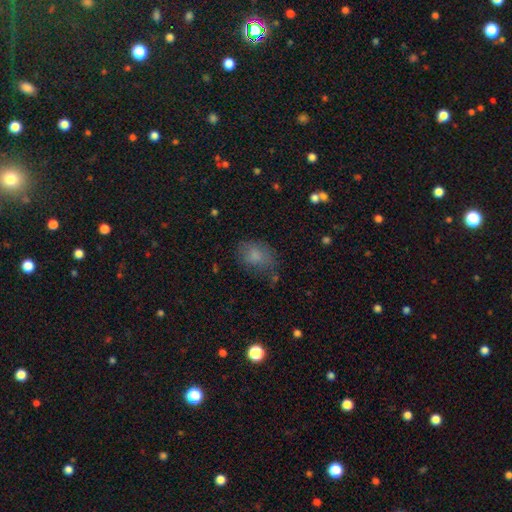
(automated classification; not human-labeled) Smooth or featured? Predicted: smooth (p=0.76). How rounded? Predicted: in between (p=0.73). Merging? Predicted: none (p=0.56).